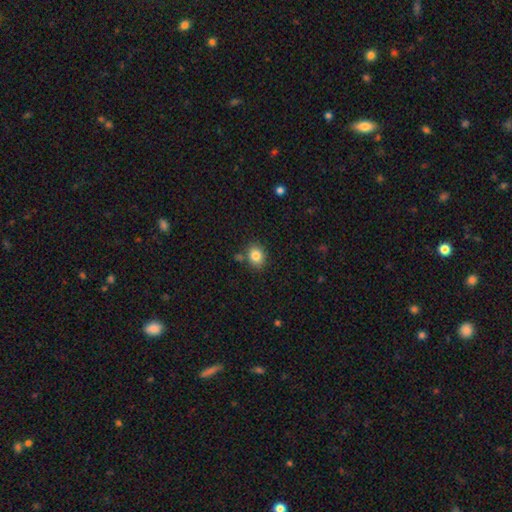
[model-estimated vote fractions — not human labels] This is clearly a smooth galaxy (83%). How rounded: possibly round (56%). Merging: likely none (79%).